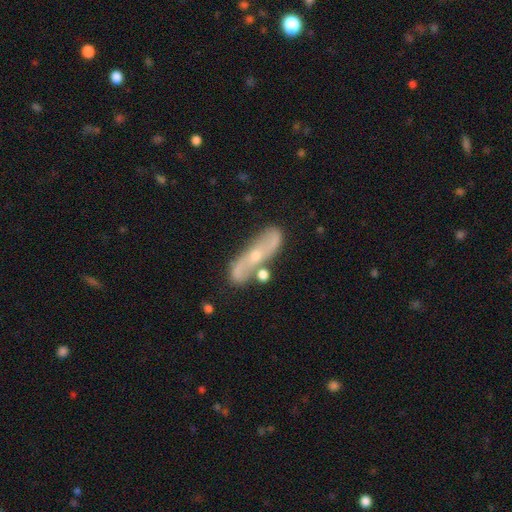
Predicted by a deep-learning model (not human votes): Smooth or featured? Predicted: featured or disk (p=0.75). Edge-on disk? Predicted: no (p=0.78). Bar? Predicted: no (p=0.58). Spiral arms? Predicted: yes (p=0.84). Bulge size? Predicted: small (p=0.62). Merging? Predicted: none (p=0.63).